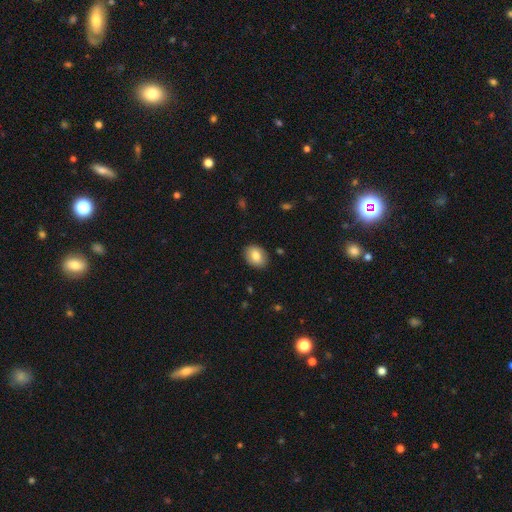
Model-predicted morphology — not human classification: A smooth galaxy with no disk features (81%) that is in between round and cigar-shaped (68%). Merging: none (88%).